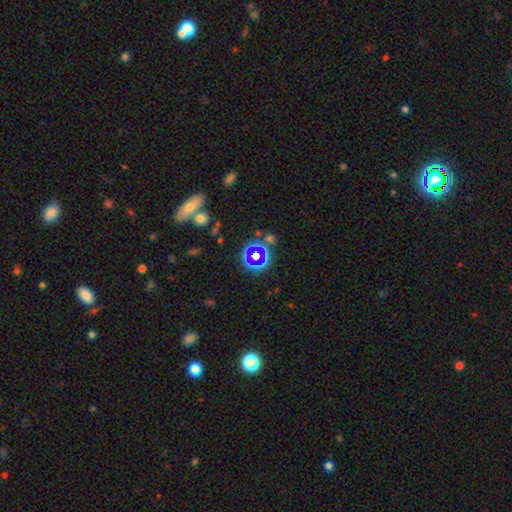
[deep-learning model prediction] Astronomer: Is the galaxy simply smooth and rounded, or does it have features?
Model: star or artifact — 43% (runner-up: smooth, 37%).